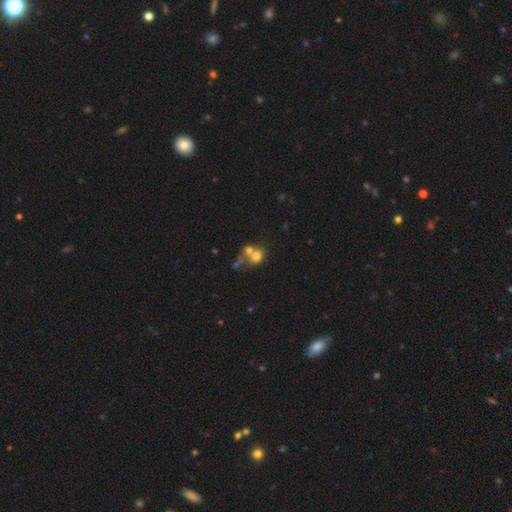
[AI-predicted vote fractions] smooth 66%, featured or disk 20%, star or artifact 14%. Down the decision tree: how rounded — round (67%); merging — merger (56%).